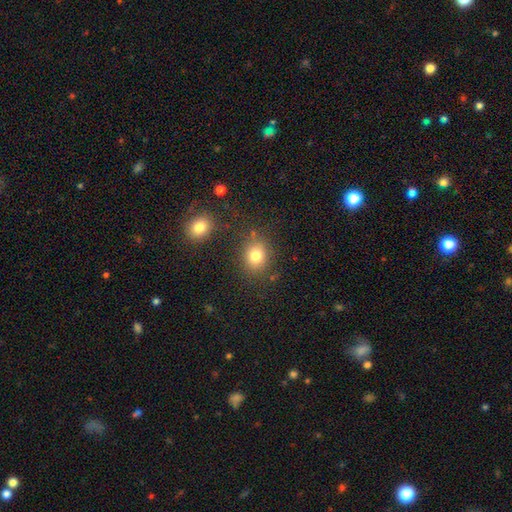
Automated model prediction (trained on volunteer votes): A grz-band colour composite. It shows a smooth galaxy with no disk features (80%) that is round (60%). Merging: none (76%).